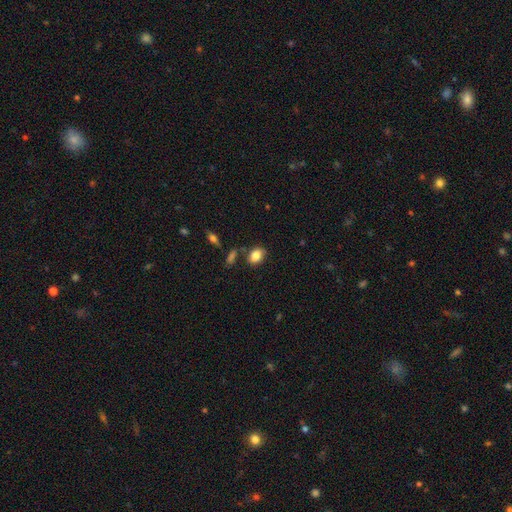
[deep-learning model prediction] smooth 83%, star or artifact 9%, featured or disk 8%. Down the decision tree: how rounded — in between (74%); merging — none (76%).